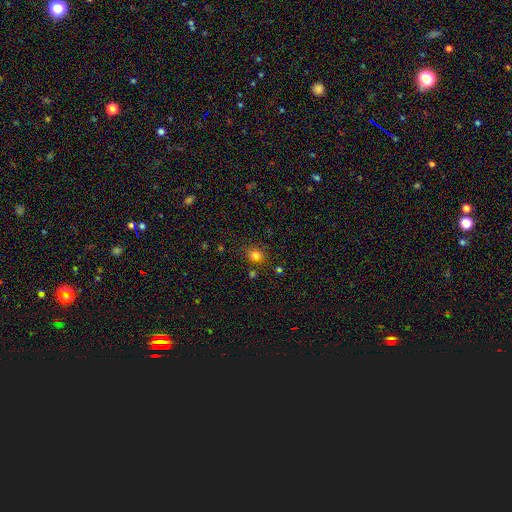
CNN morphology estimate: Smooth or featured: smooth — 77% (star or artifact — 17%)
How rounded: round — 71% (in between — 28%)
Merging: none — 80% (minor disturbance — 12%)